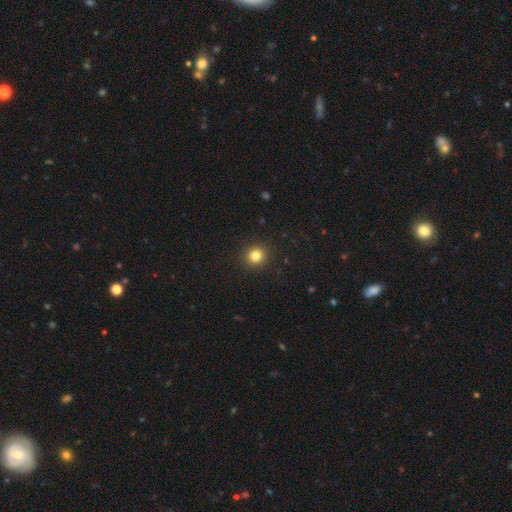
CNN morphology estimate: This is clearly a smooth galaxy (83%). How rounded: clearly round (87%). Merging: clearly none (92%).